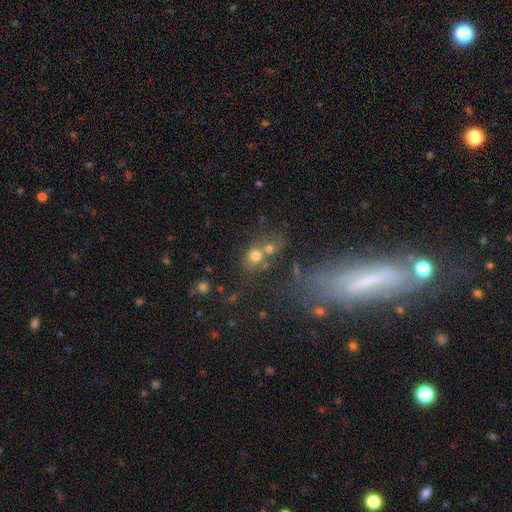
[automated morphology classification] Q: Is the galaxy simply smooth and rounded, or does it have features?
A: smooth — 67%.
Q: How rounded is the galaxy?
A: round — 68%.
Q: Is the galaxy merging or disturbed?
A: merger — 47%.